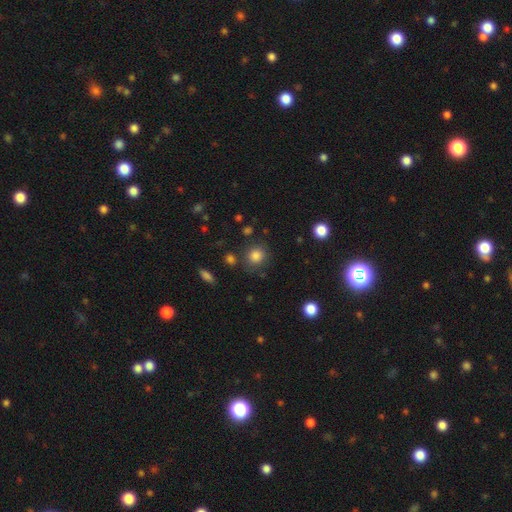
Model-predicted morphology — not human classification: The model was most divided on "how rounded": round: 84%, in between: 15%, cigar-shaped: 1%. More confident: smooth or featured — smooth (83%); merging — none (81%).